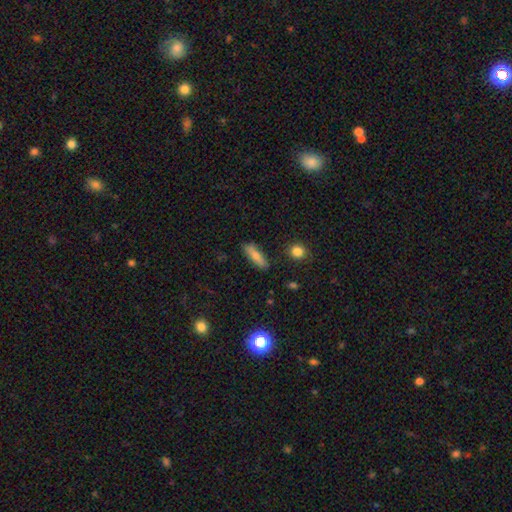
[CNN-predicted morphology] Smooth or featured?
  - smooth: 76% *
  - featured or disk: 16%
  - star or artifact: 7%
How rounded?
  - cigar-shaped: 59% *
  - in between: 39%
  - round: 3%
Merging?
  - none: 83% *
  - minor disturbance: 12%
  - major disturbance: 3%
  - merger: 3%